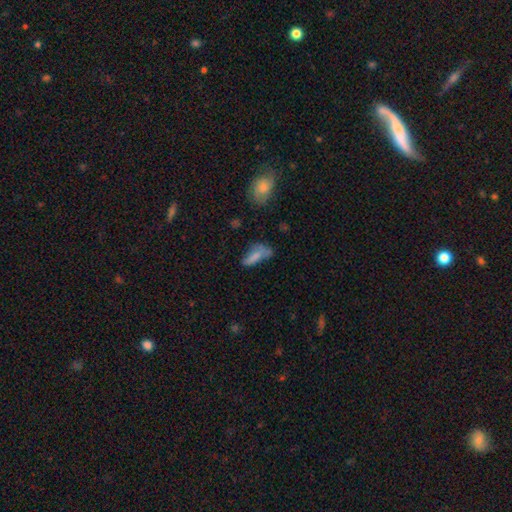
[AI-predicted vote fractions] This appears to be a smooth galaxy with no disk features (71%) that is in between round and cigar-shaped (64%). Merging: none (37%).